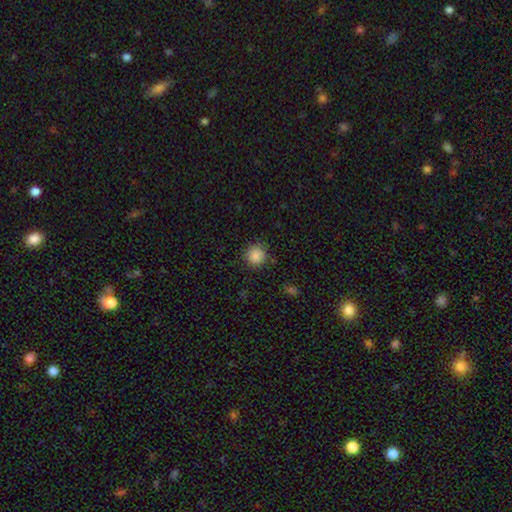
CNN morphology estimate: Smooth or featured? Predicted: smooth (p=0.86). How rounded? Predicted: round (p=0.93). Merging? Predicted: none (p=0.86).